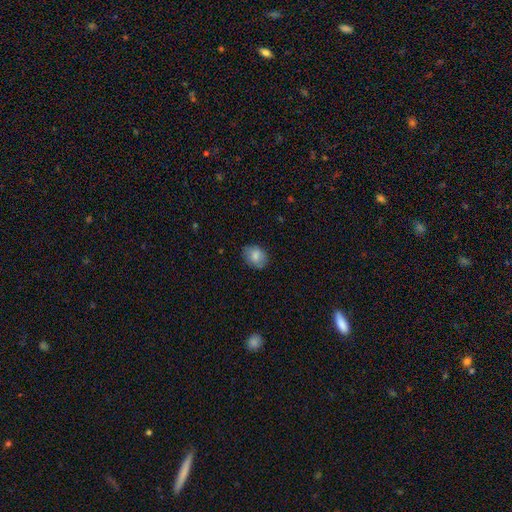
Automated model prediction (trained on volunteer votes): This is clearly a smooth galaxy (82%). How rounded: possibly in between (59%). Merging: likely none (80%).